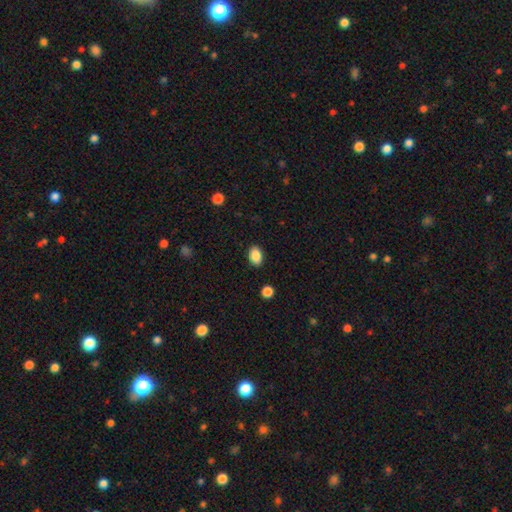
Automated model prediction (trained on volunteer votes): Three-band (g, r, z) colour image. It shows a smooth galaxy with no disk features (87%) that is in between round and cigar-shaped (83%). Merging: none (88%).